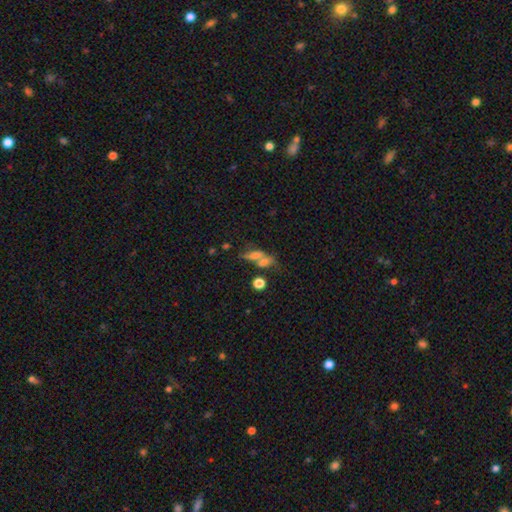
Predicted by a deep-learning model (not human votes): Morphology: type=smooth (50%); merging=merger (39%).